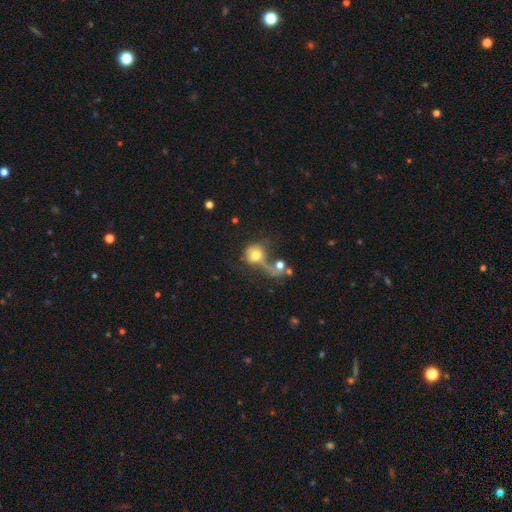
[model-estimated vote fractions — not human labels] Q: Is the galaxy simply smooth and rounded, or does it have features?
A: smooth — 66%.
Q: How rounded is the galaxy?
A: round — 73%.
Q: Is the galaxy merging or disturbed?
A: merger — 42%.